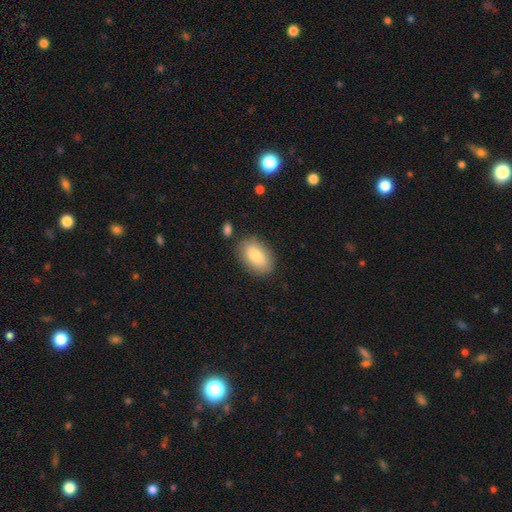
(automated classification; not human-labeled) Q: Smooth or featured?
A: smooth (80%); runner-up: featured or disk (14%)
Q: How rounded?
A: in between (90%); runner-up: round (8%)
Q: Merging?
A: none (81%); runner-up: minor disturbance (13%)